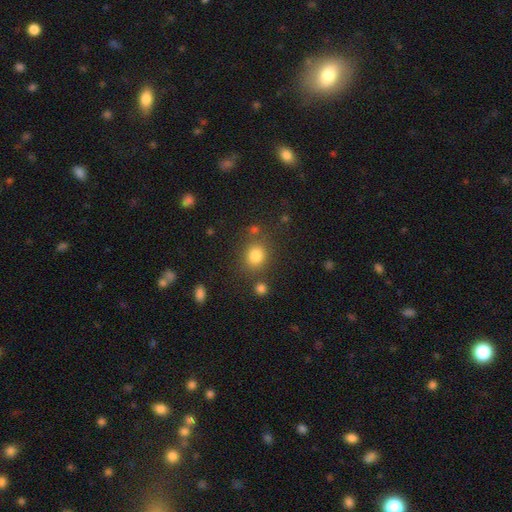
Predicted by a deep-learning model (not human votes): Overall: smooth (81%). How rounded: round (69%; in between 30%). Merging: none (75%).